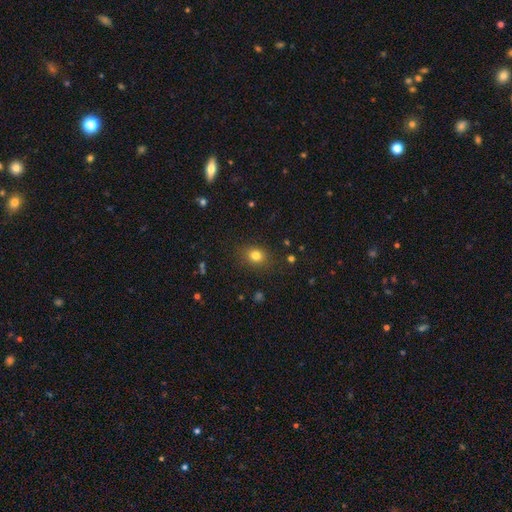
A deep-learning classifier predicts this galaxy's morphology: The model was most divided on "how rounded": round: 54%, in between: 45%, cigar-shaped: 1%. More confident: merging — none (85%); smooth or featured — smooth (80%).